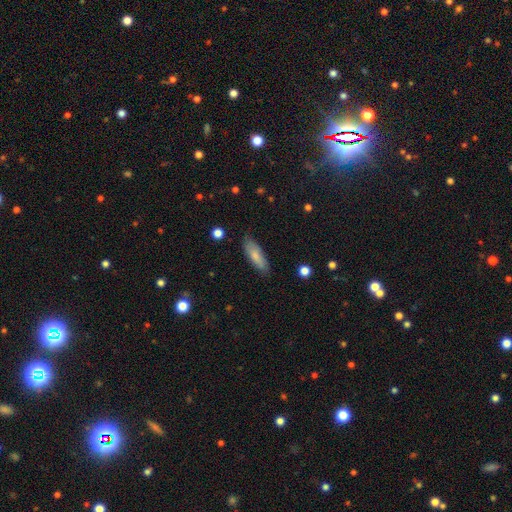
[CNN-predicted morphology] The model was most divided on "how rounded": in between: 52%, cigar-shaped: 46%, round: 2%. More confident: merging — none (79%); smooth or featured — smooth (79%).